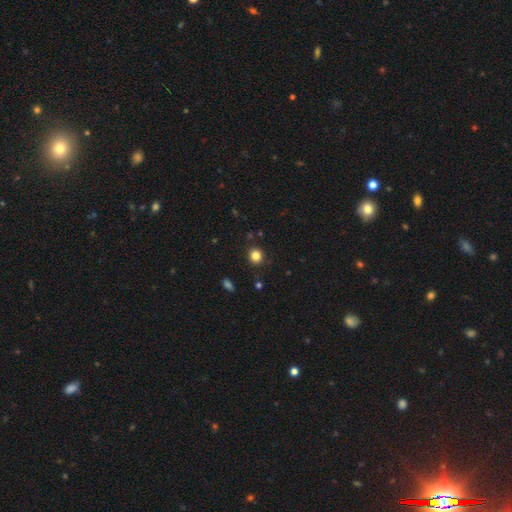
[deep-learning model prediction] A smooth galaxy with no disk features (83%) that is round (86%). Merging: none (88%).